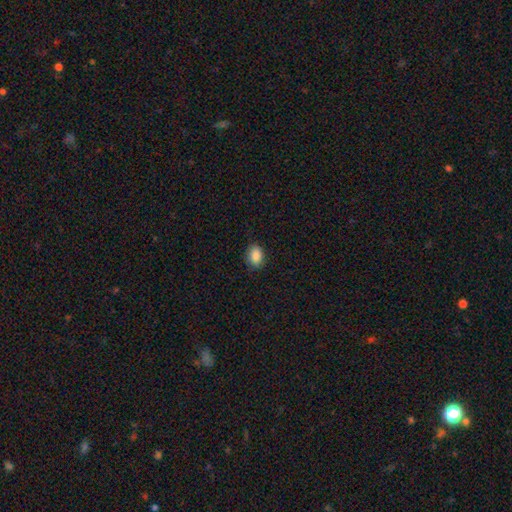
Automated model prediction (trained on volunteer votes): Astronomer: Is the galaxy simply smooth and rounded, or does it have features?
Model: smooth — 88%.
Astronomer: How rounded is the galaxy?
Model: in between — 74%.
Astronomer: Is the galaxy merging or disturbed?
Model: none — 85%.